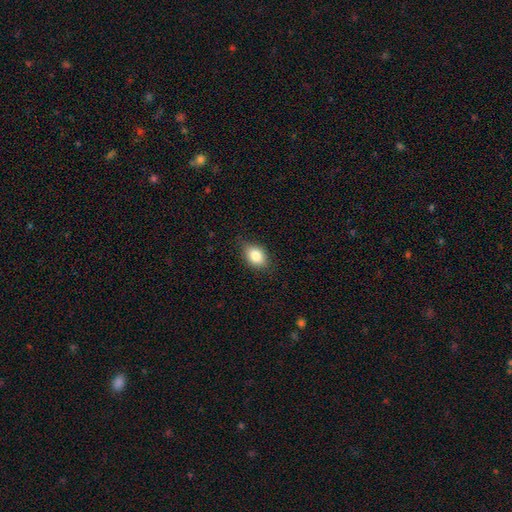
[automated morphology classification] smooth_or_featured: smooth (p=0.83) [alt: star or artifact p=0.08]
how_rounded: in between (p=0.76) [alt: round p=0.23]
merging: none (p=0.78) [alt: minor disturbance p=0.18]